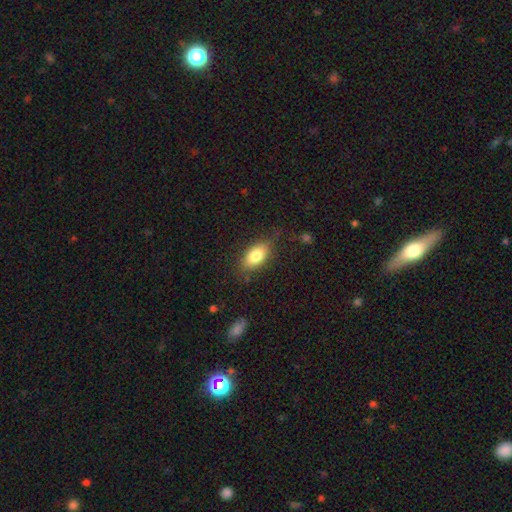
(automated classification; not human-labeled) This is clearly a smooth galaxy (82%). How rounded: clearly in between (90%). Merging: likely none (77%).